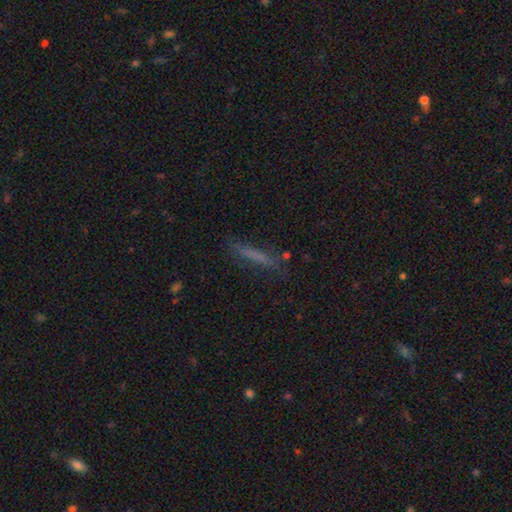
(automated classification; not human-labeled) A smooth galaxy with no disk features (60%) that is cigar-shaped (91%).

Vote fractions:
- Smooth or featured? smooth: 60% / featured or disk: 26% / star or artifact: 13%
- How rounded? cigar-shaped: 91% / in between: 7% / round: 2%
- Merging? none: 79% / minor disturbance: 14% / major disturbance: 5% / merger: 3%